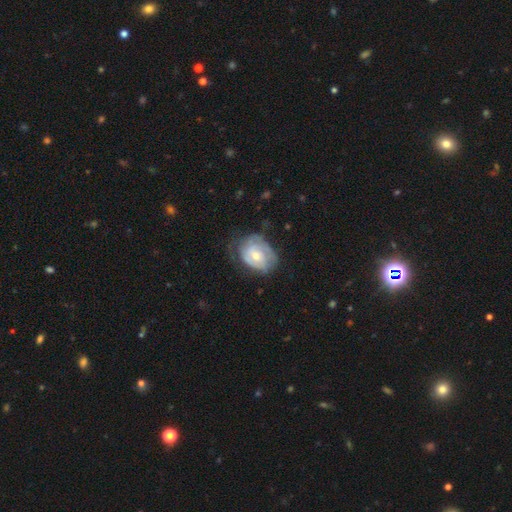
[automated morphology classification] smooth-or-featured: featured or disk: 60% | smooth: 34% | star or artifact: 6%
  disk-edge-on: no: 96% | yes: 4%
    bar: no: 67% | weak: 28% | strong: 5%
    has-spiral-arms: yes: 73% | no: 27%
    bulge-size: small: 48% | moderate: 47% | large: 2% | none: 1% | dominant: 1%
  merging: none: 51% | minor disturbance: 31% | major disturbance: 17% | merger: 2%